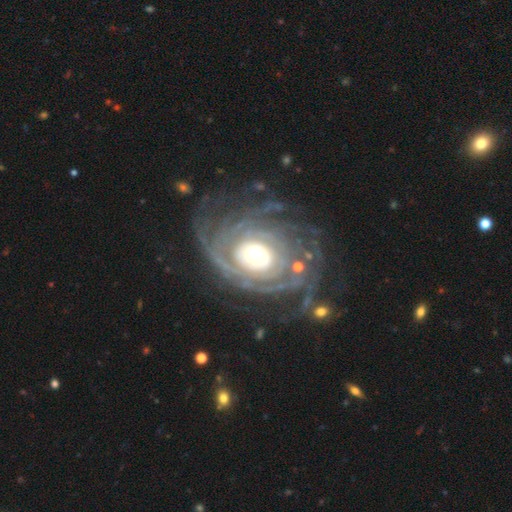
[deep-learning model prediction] A featured or disk galaxy (89%) with no bar (77%), tight (74%) spiral arms (95%) and a moderate central bulge (56%).

Vote fractions:
- Smooth or featured? featured or disk: 89% / smooth: 6% / star or artifact: 5%
- Edge-on disk? no: 97% / yes: 3%
- Bar? no: 77% / weak: 15% / strong: 8%
- Spiral arms? yes: 95% / no: 5%
- Spiral winding? tight: 74% / medium: 19% / loose: 7%
- Spiral arm count? can't tell: 30% / more than 4: 17% / 3: 16% / 2: 15% / 4: 14% / 1: 9%
- Bulge size? moderate: 56% / large: 34% / small: 7% / dominant: 3% / none: 1%
- Merging? none: 65% / minor disturbance: 18% / major disturbance: 15% / merger: 2%